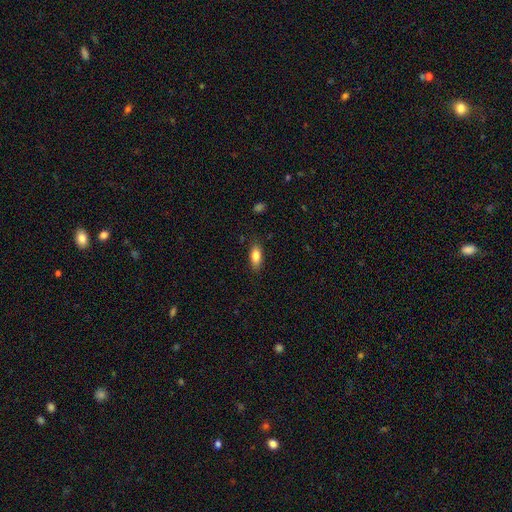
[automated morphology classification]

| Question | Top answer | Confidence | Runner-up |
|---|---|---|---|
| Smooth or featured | smooth | 83% | featured or disk (10%) |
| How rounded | in between | 82% | cigar-shaped (14%) |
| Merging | none | 84% | minor disturbance (12%) |